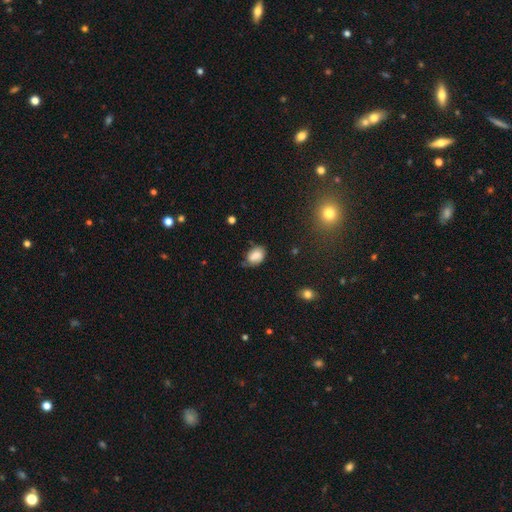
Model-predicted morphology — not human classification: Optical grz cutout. It shows a smooth galaxy with no disk features (78%) that is in between round and cigar-shaped (80%). Merging: none (58%).